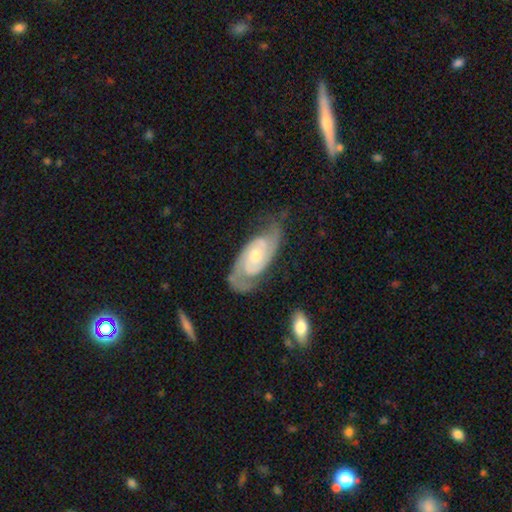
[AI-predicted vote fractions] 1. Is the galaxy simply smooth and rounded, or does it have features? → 87% featured or disk, 8% smooth, 5% star or artifact.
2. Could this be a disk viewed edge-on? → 95% no, 5% yes.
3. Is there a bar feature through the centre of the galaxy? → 65% no, 28% weak, 7% strong.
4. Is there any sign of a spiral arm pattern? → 96% yes, 4% no.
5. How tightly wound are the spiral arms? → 49% tight, 40% medium, 12% loose.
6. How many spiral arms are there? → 84% 2, 7% can't tell, 3% 3, 3% 1, 1% 4, 1% more than 4.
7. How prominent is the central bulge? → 57% moderate, 37% small, 4% large, 1% none, 1% dominant.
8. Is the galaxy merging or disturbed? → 68% none, 21% minor disturbance, 9% major disturbance, 2% merger.